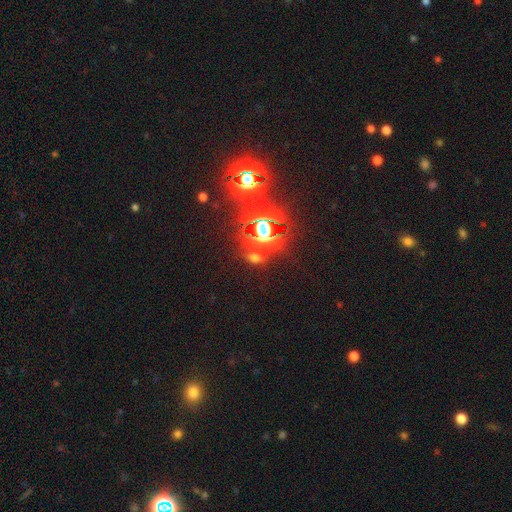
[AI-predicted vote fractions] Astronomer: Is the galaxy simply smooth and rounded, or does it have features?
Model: star or artifact — 76%.